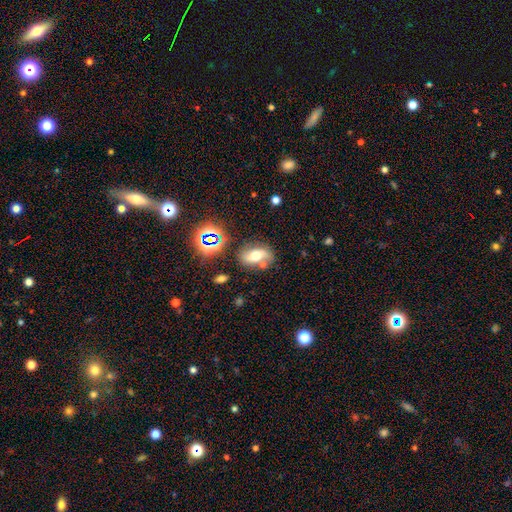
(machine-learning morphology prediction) Overall: smooth (49%; featured or disk 33%). Merging: none (63%).